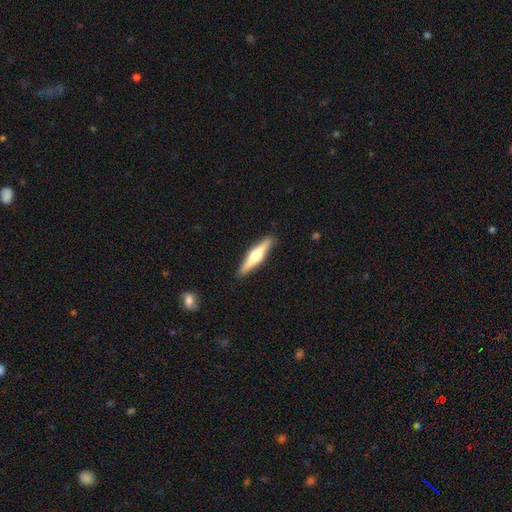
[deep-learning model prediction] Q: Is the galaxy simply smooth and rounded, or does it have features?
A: featured or disk — 61%.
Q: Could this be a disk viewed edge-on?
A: yes — 97%.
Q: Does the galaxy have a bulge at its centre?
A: rounded — 93%.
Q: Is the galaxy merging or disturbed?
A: none — 90%.